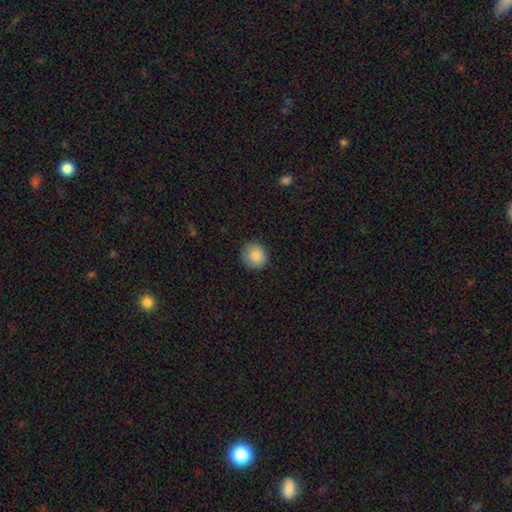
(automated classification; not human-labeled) smooth-or-featured: smooth: 87% | star or artifact: 8% | featured or disk: 4%
  how-rounded: round: 88% | in between: 12% | cigar-shaped: 1%
  merging: none: 86% | minor disturbance: 10% | major disturbance: 2% | merger: 1%